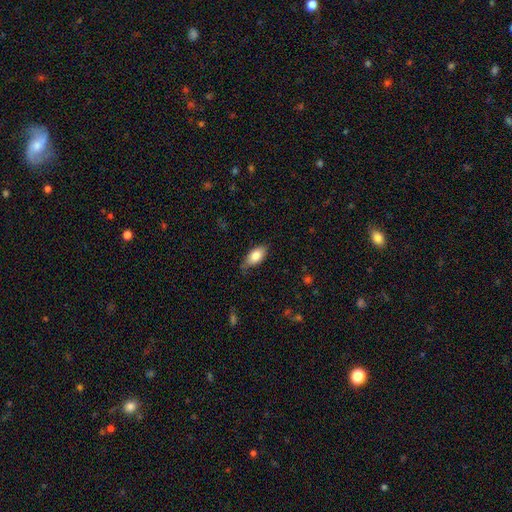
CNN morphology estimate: This is clearly a smooth galaxy (82%). How rounded: clearly in between (91%). Merging: likely none (75%).